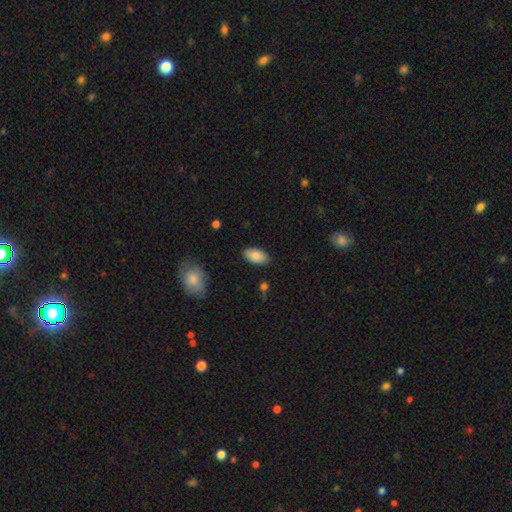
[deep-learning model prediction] smooth_or_featured: smooth (p=0.87) [alt: featured or disk p=0.07]
how_rounded: in between (p=0.95) [alt: round p=0.03]
merging: none (p=0.87) [alt: minor disturbance p=0.10]